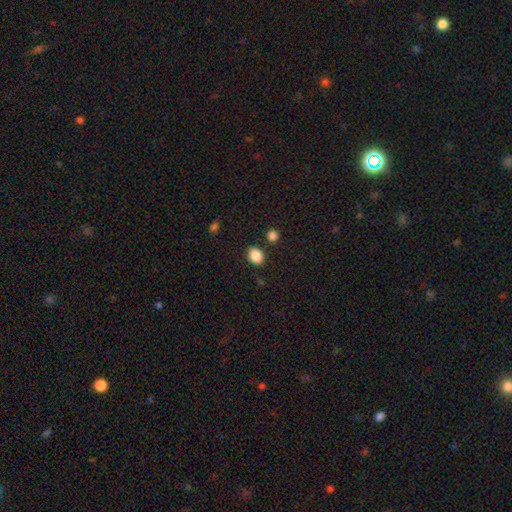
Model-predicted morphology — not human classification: This appears to be a smooth galaxy with no disk features (87%) that is in between round and cigar-shaped (54%). Merging: none (82%).